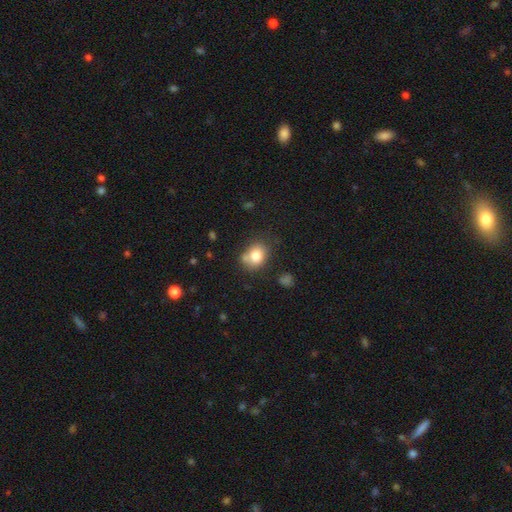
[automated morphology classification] Smooth or featured? Predicted: smooth (p=0.80). How rounded? Predicted: round (p=0.52). Merging? Predicted: none (p=0.63).